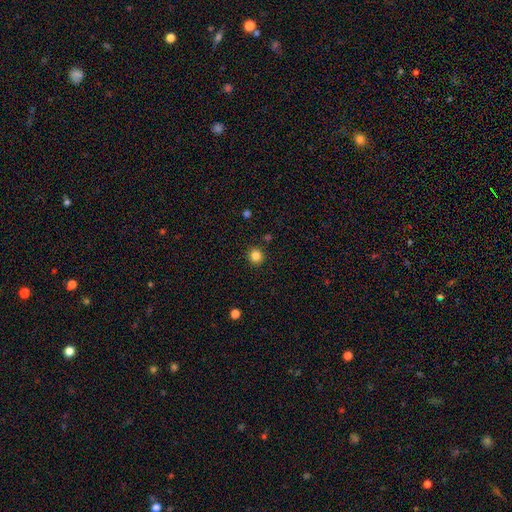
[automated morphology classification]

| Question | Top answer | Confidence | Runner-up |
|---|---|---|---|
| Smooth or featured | smooth | 83% | star or artifact (12%) |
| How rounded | round | 93% | in between (6%) |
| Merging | none | 91% | minor disturbance (5%) |